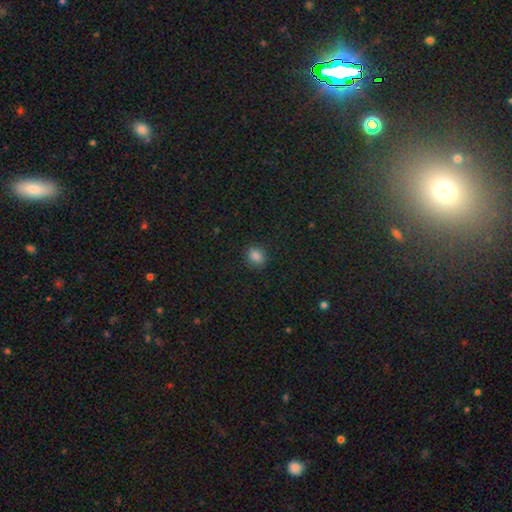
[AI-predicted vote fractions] A smooth galaxy with no disk features (84%) that is round (50%). Merging: none (86%).